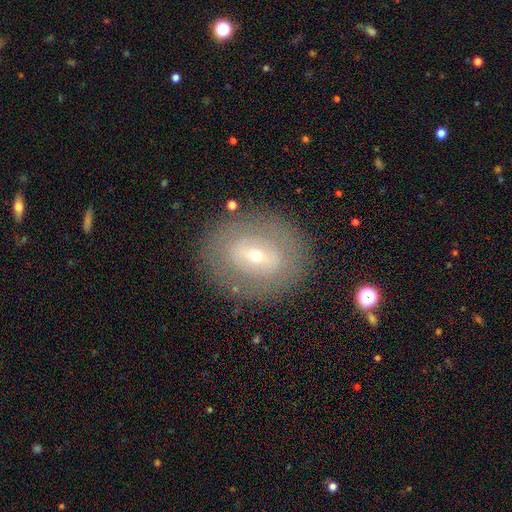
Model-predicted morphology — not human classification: Q: Smooth or featured?
A: featured or disk (55%); runner-up: smooth (36%)
Q: Edge-on disk?
A: no (92%); runner-up: yes (8%)
Q: Bar?
A: no (41%); runner-up: weak (35%)
Q: Spiral arms?
A: no (80%); runner-up: yes (20%)
Q: Bulge size?
A: small (57%); runner-up: moderate (39%)
Q: Merging?
A: none (84%); runner-up: minor disturbance (10%)